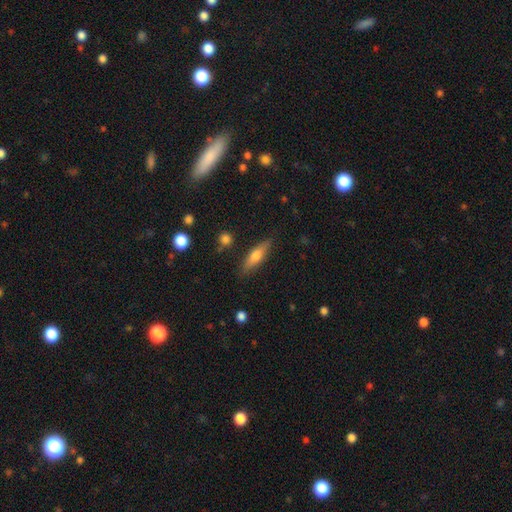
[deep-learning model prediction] Morphology: type=smooth (59%); roundness=cigar-shaped (65%); merging=none (84%).